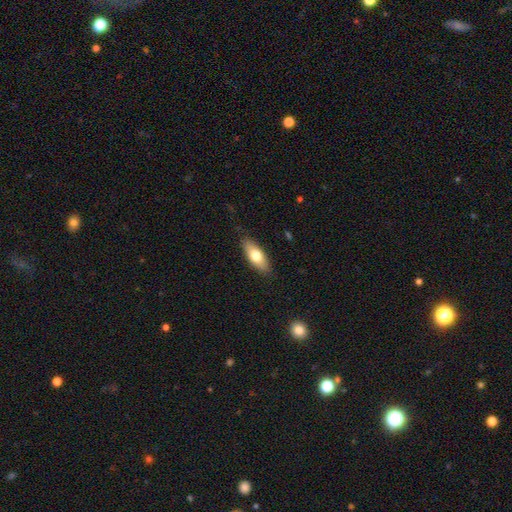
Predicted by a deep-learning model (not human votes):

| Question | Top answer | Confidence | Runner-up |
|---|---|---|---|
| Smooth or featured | smooth | 70% | featured or disk (24%) |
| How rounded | in between | 74% | cigar-shaped (23%) |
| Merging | none | 86% | minor disturbance (11%) |